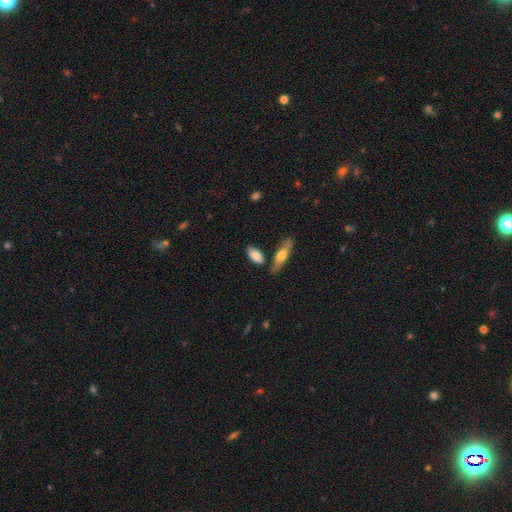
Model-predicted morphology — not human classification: Overall: smooth (78%). How rounded: in between (84%). Merging: none (71%).